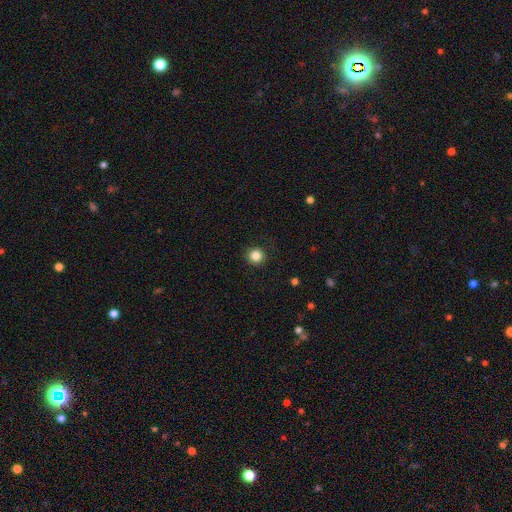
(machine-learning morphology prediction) A smooth galaxy with no disk features (85%) that is round (95%). Merging: none (90%).